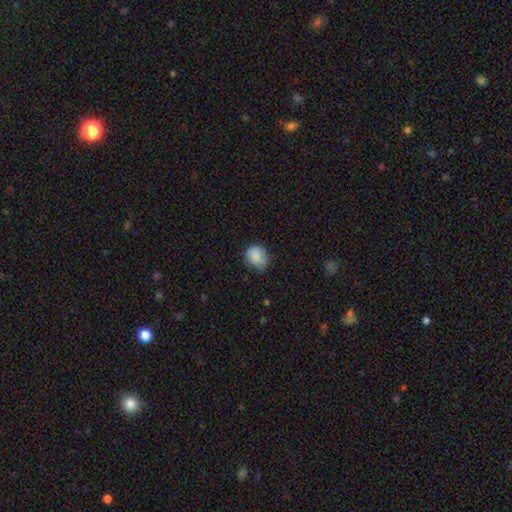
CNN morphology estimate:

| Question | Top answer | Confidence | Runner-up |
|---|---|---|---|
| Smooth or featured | smooth | 85% | star or artifact (8%) |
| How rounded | round | 64% | in between (35%) |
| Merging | none | 57% | minor disturbance (34%) |